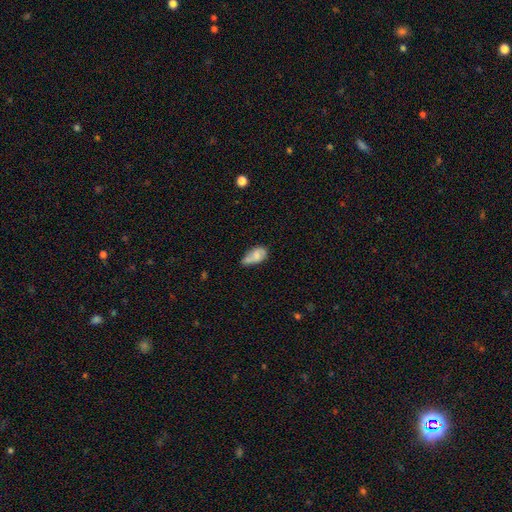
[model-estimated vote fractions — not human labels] The model was most divided on "merging" (2-way tie): minor disturbance: 35%, none: 35%, merger: 18%, major disturbance: 12%. More confident: how rounded — in between (89%); smooth or featured — smooth (70%).